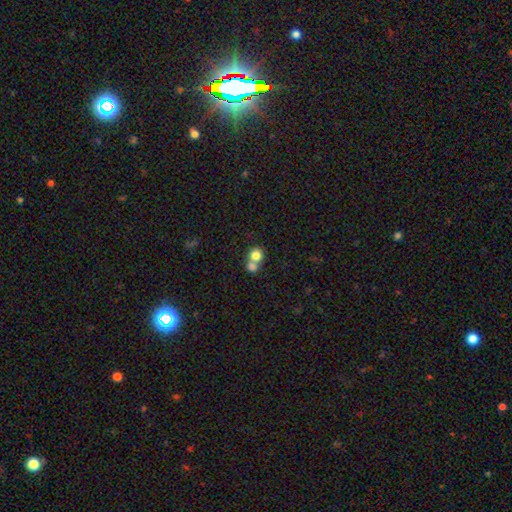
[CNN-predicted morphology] Q: Smooth or featured?
A: smooth (79%); runner-up: featured or disk (11%)
Q: How rounded?
A: round (83%); runner-up: in between (16%)
Q: Merging?
A: merger (59%); runner-up: none (33%)